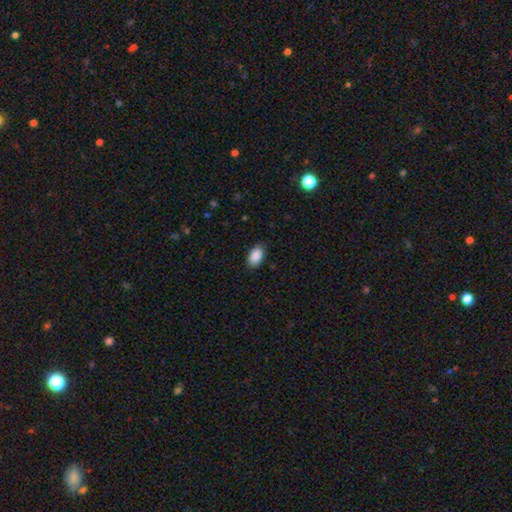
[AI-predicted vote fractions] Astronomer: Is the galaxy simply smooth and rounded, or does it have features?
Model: smooth — 90%.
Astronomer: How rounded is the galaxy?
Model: in between — 92%.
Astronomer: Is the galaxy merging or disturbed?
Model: none — 86%.